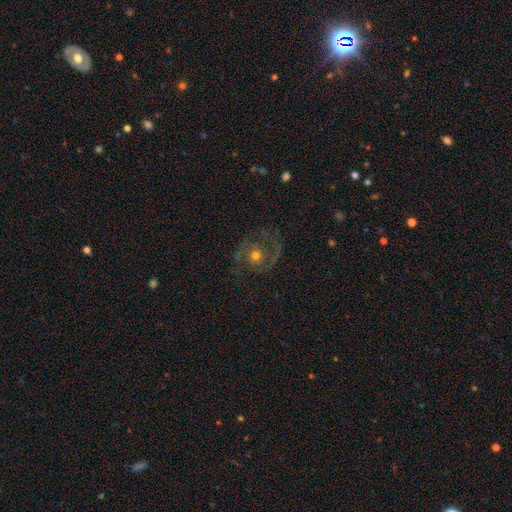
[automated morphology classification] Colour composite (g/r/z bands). It shows a featured or disk galaxy (73%) with no bar (78%), 2 (69%) medium (47%) spiral arms (79%) and a moderate central bulge (70%). Merging: none (66%).